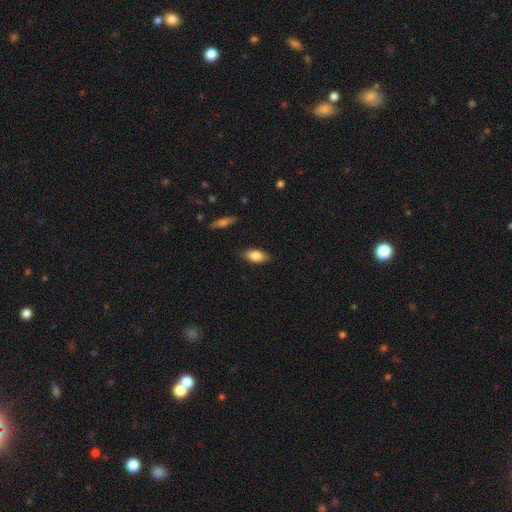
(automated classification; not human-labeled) Smooth or featured? smooth (82%)
How rounded? in between (88%)
Merging? none (86%)